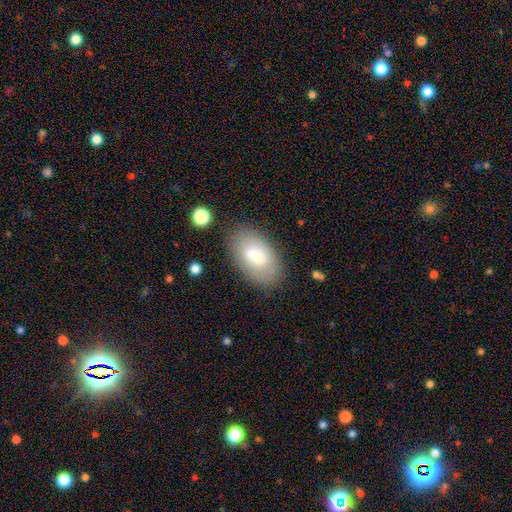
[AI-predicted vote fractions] Smooth or featured?
  - smooth: 70% *
  - featured or disk: 23%
  - star or artifact: 8%
How rounded?
  - in between: 94% *
  - round: 5%
  - cigar-shaped: 2%
Merging?
  - none: 76% *
  - minor disturbance: 16%
  - major disturbance: 6%
  - merger: 3%